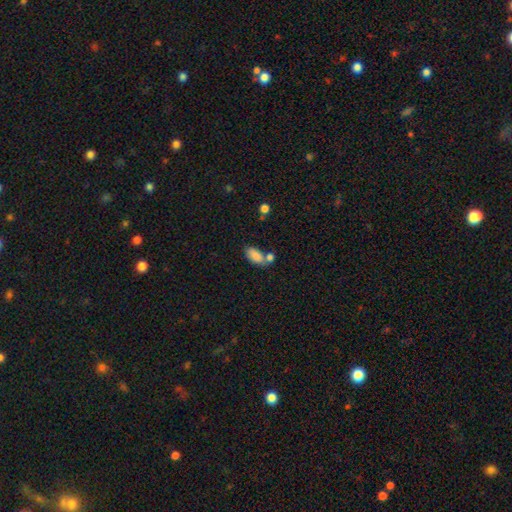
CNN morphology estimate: The model was most divided on "merging": none: 48%, merger: 32%, minor disturbance: 14%, major disturbance: 5%. More confident: how rounded — in between (92%); smooth or featured — smooth (85%).